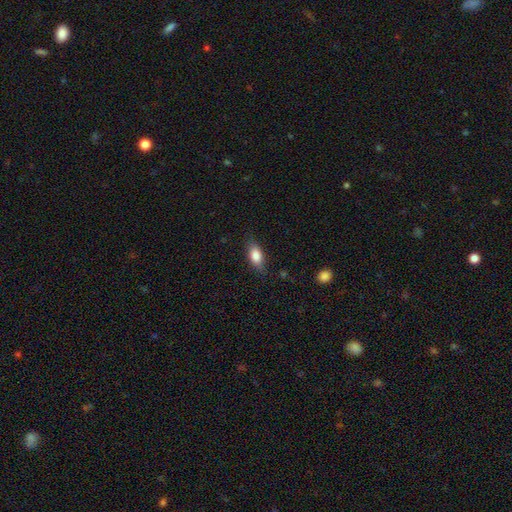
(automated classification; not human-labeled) Morphology: type=smooth (81%); roundness=in between (84%); merging=none (79%).